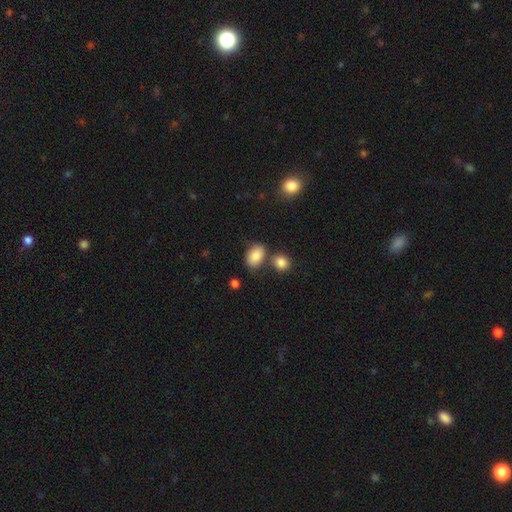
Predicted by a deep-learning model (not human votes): smooth-or-featured: smooth: 85% | star or artifact: 8% | featured or disk: 7%
  how-rounded: in between: 84% | round: 14% | cigar-shaped: 1%
  merging: none: 64% | merger: 16% | minor disturbance: 16% | major disturbance: 4%